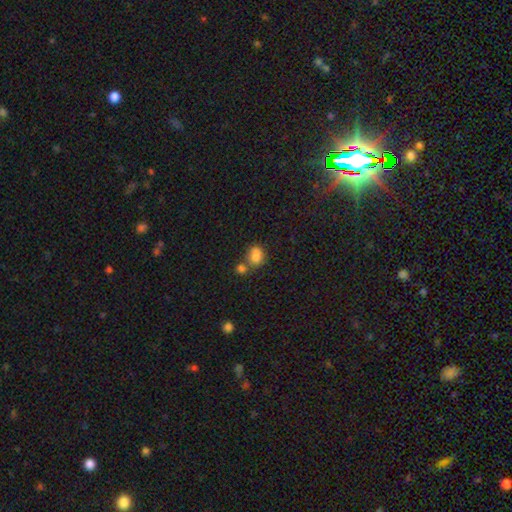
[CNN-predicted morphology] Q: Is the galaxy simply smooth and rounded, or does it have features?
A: smooth — 82%.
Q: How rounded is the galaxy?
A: in between — 64%.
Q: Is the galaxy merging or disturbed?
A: none — 42%.